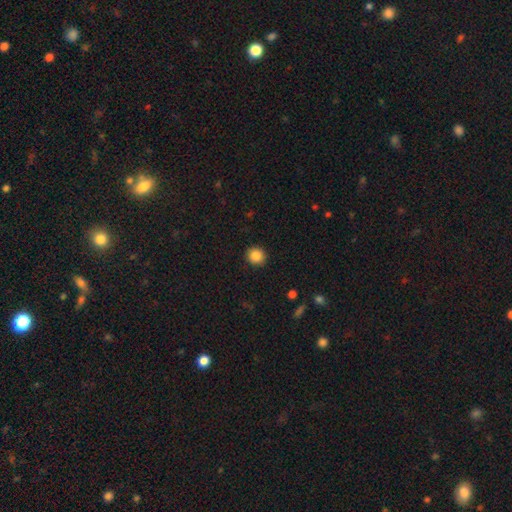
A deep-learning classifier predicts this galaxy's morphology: smooth 86%, star or artifact 10%, featured or disk 4%. Down the decision tree: how rounded — round (90%); merging — none (92%).